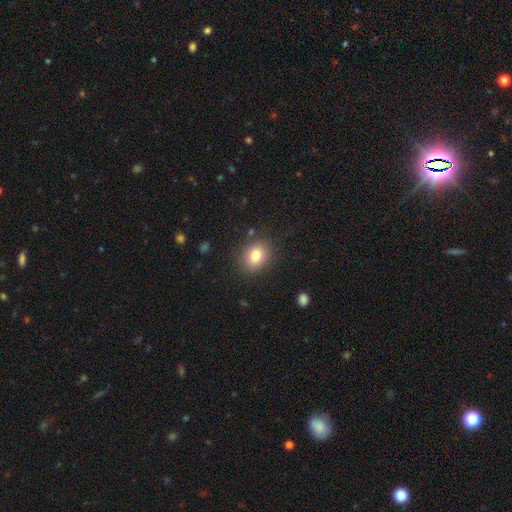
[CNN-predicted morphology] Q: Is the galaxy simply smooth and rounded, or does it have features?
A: smooth — 79%.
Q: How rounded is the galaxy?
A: round — 57%.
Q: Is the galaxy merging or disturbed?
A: none — 85%.